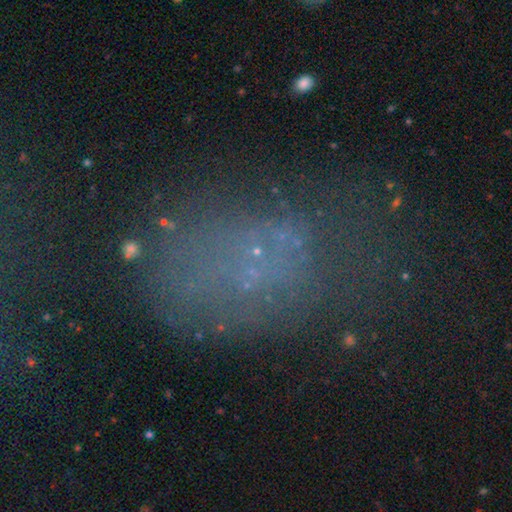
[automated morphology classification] Smooth or featured? smooth (35%)
Merging? none (39%)